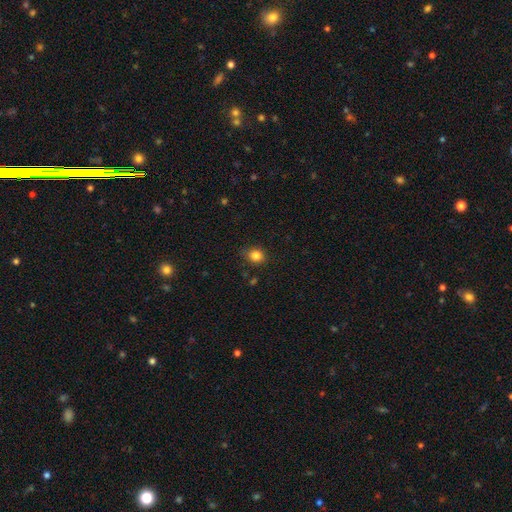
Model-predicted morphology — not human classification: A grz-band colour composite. It shows a smooth galaxy with no disk features (83%) that is round (67%). Merging: none (80%).